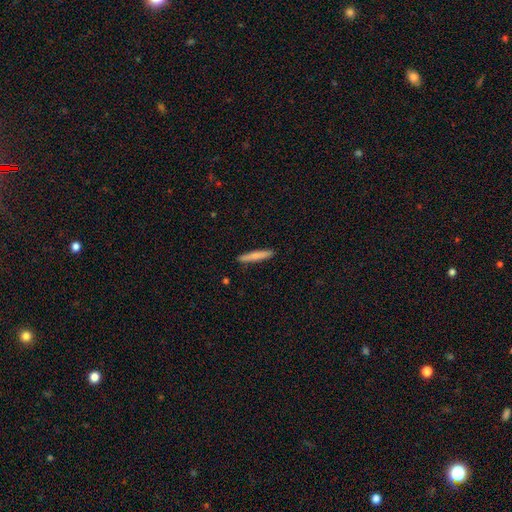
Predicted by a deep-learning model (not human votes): Smooth or featured: smooth — 75% (featured or disk — 19%)
How rounded: cigar-shaped — 94% (in between — 5%)
Merging: none — 91% (minor disturbance — 6%)